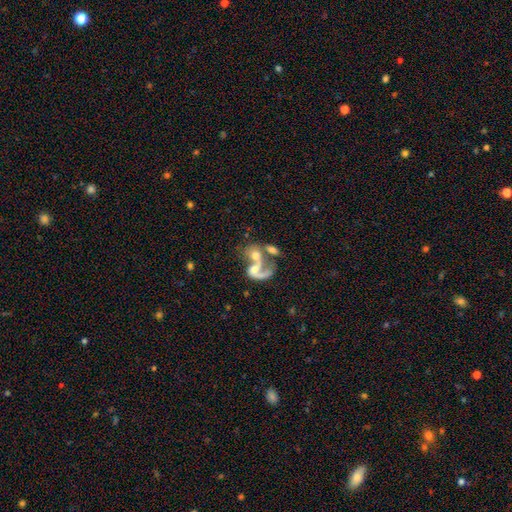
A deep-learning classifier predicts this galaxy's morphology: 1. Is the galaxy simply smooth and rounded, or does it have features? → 61% featured or disk, 30% smooth, 9% star or artifact.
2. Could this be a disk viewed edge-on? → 97% no, 3% yes.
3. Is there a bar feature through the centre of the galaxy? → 66% no, 26% weak, 8% strong.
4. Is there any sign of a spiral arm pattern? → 70% yes, 30% no.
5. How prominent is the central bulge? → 46% moderate, 25% small, 14% none, 13% large, 3% dominant.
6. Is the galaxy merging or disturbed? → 67% merger, 14% major disturbance, 13% none, 6% minor disturbance.